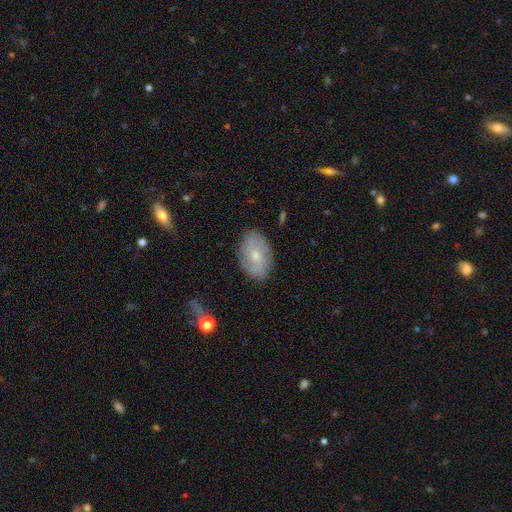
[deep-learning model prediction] Q: Smooth or featured?
A: featured or disk (51%); runner-up: smooth (41%)
Q: Edge-on disk?
A: no (94%); runner-up: yes (6%)
Q: Merging?
A: none (82%); runner-up: minor disturbance (13%)